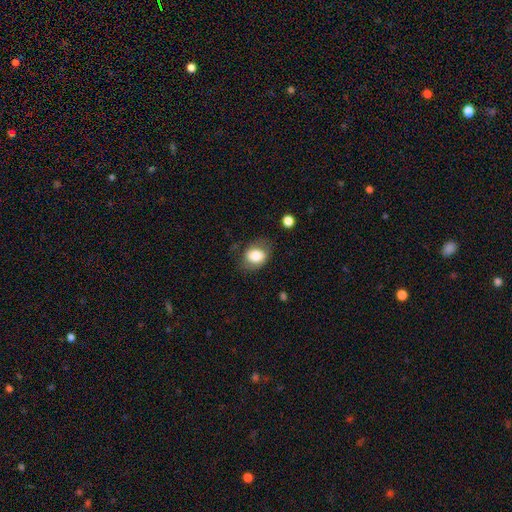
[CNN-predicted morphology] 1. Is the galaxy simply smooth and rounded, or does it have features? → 78% smooth, 14% featured or disk, 8% star or artifact.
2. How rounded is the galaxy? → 54% in between, 45% round, 1% cigar-shaped.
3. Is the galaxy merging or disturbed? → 68% none, 21% minor disturbance, 9% major disturbance, 2% merger.